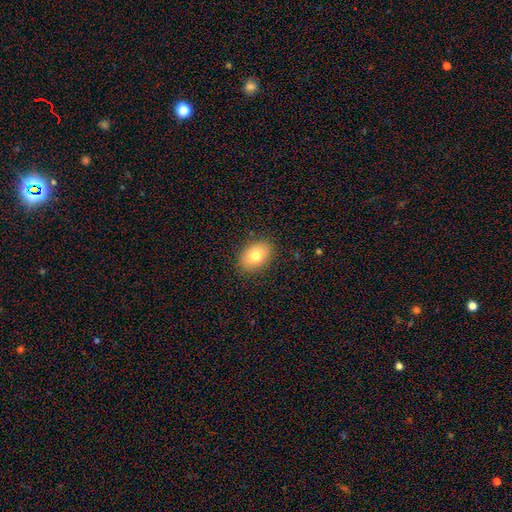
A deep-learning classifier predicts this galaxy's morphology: Smooth or featured? Predicted: smooth (p=0.77). How rounded? Predicted: in between (p=0.85). Merging? Predicted: none (p=0.87).